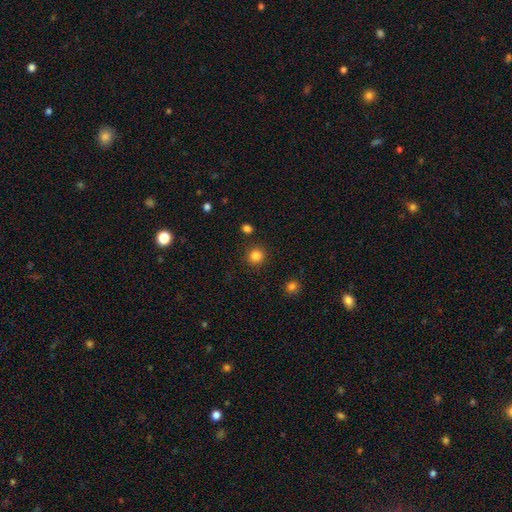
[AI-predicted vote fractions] Smooth or featured? smooth (85%)
How rounded? round (92%)
Merging? none (90%)